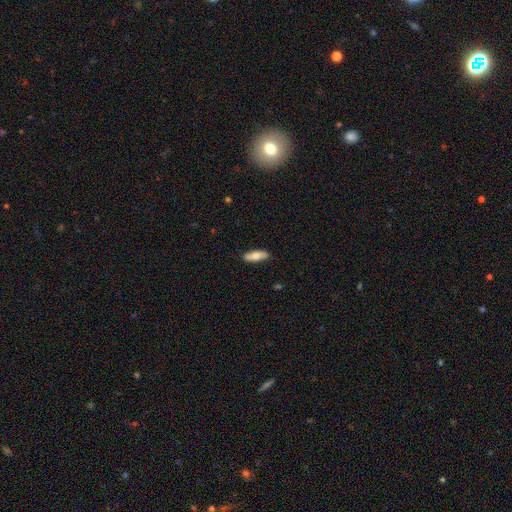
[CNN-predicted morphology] A smooth galaxy with no disk features (69%) that is in between round and cigar-shaped (62%). Merging: none (87%).